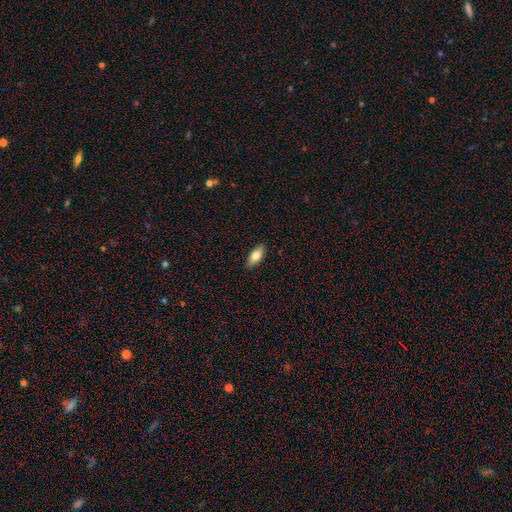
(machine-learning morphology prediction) This is likely a smooth galaxy (78%). How rounded: clearly in between (84%). Merging: clearly none (87%).